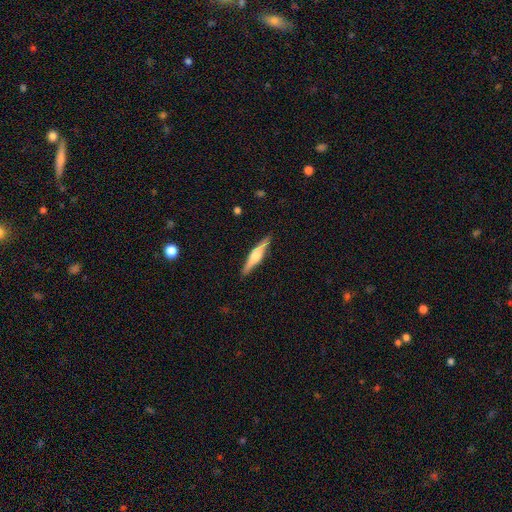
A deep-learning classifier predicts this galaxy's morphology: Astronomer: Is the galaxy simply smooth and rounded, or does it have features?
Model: featured or disk — 67%.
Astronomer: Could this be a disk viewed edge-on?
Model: yes — 97%.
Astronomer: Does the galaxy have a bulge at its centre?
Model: rounded — 87%.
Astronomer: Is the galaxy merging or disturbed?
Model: none — 90%.